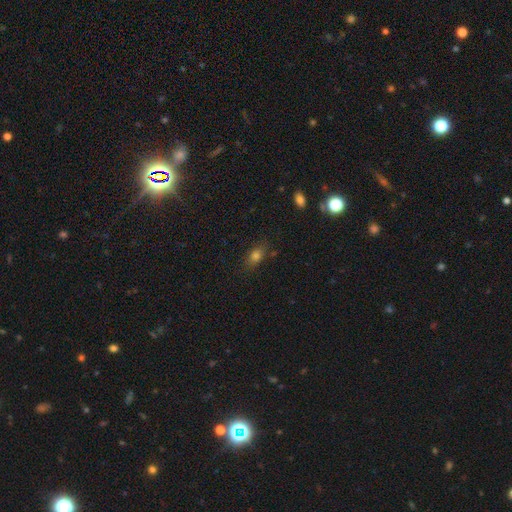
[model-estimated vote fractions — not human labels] The model was most divided on "smooth or featured": smooth: 72%, star or artifact: 18%, featured or disk: 10%. More confident: merging — none (79%); how rounded — in between (74%).